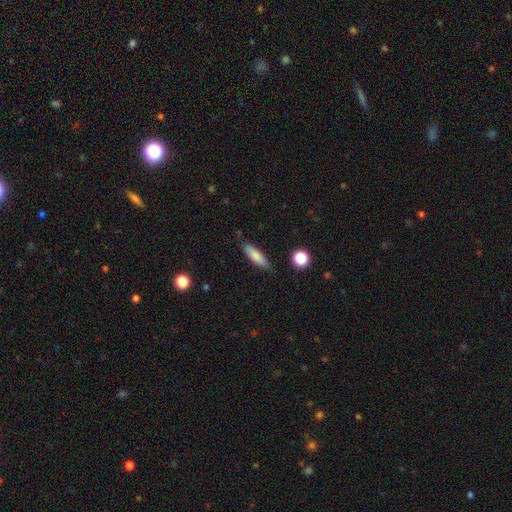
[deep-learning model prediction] Smooth or featured?
  - smooth: 80% *
  - featured or disk: 13%
  - star or artifact: 7%
How rounded?
  - cigar-shaped: 62% *
  - in between: 36%
  - round: 2%
Merging?
  - none: 83% *
  - minor disturbance: 12%
  - major disturbance: 3%
  - merger: 2%